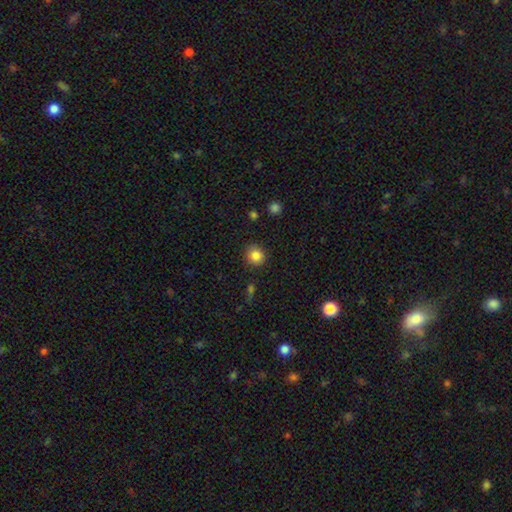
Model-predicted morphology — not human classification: A smooth galaxy with no disk features (84%) that is round (90%). Merging: none (85%).